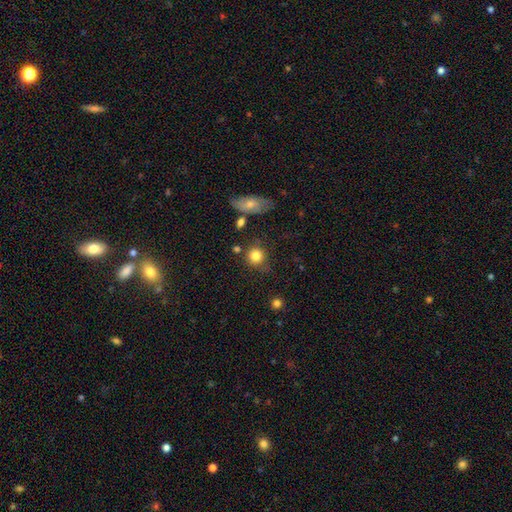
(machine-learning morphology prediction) Overall: smooth (83%). How rounded: round (87%). Merging: none (72%).